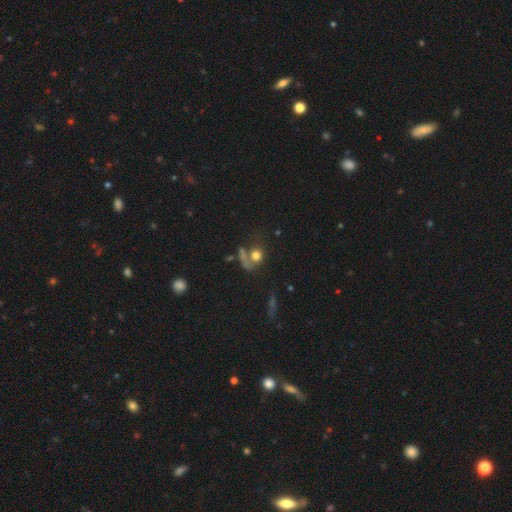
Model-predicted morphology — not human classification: smooth 67%, featured or disk 17%, star or artifact 16%. Down the decision tree: how rounded — round (70%); merging — none (42%).